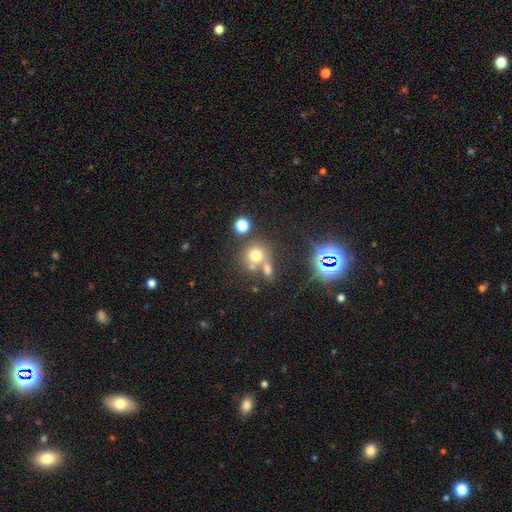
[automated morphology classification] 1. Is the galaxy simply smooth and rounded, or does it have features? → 65% smooth, 21% star or artifact, 13% featured or disk.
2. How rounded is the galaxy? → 85% round, 14% in between, 1% cigar-shaped.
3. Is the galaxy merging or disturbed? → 51% none, 35% merger, 9% minor disturbance, 5% major disturbance.